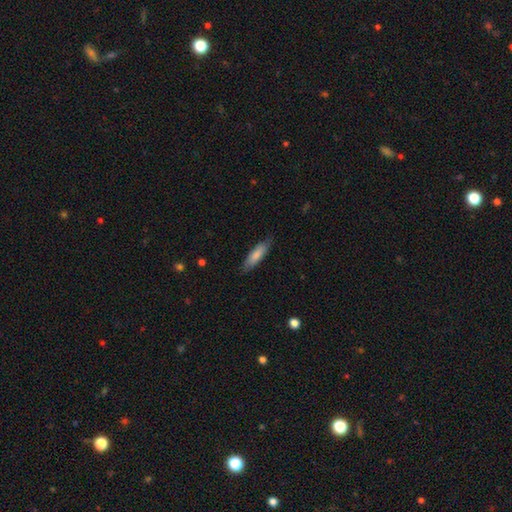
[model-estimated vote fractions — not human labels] smooth_or_featured: smooth (p=0.78) [alt: featured or disk p=0.17]
how_rounded: cigar-shaped (p=0.65) [alt: in between p=0.33]
merging: none (p=0.81) [alt: minor disturbance p=0.15]